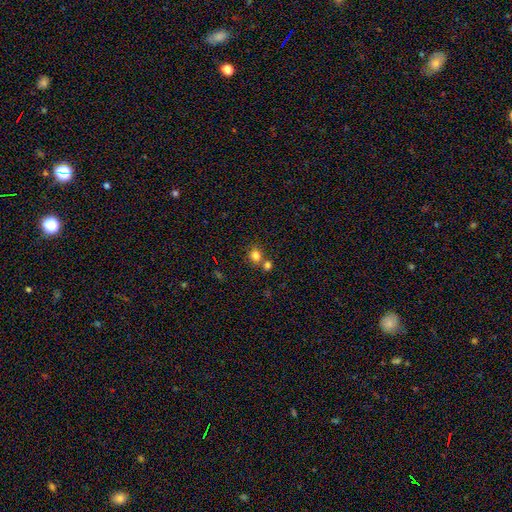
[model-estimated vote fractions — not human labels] This is clearly a smooth galaxy (81%). How rounded: likely round (75%). Merging: possibly none (58%).